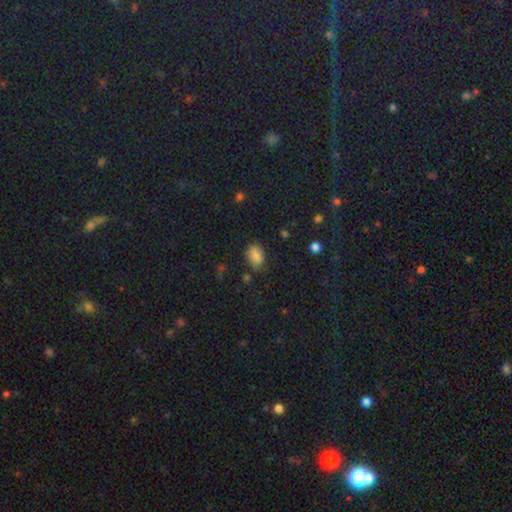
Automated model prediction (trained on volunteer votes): Smooth or featured?
  - smooth: 80% *
  - star or artifact: 12%
  - featured or disk: 8%
How rounded?
  - in between: 74% *
  - round: 25%
  - cigar-shaped: 1%
Merging?
  - none: 74% *
  - minor disturbance: 19%
  - major disturbance: 5%
  - merger: 3%